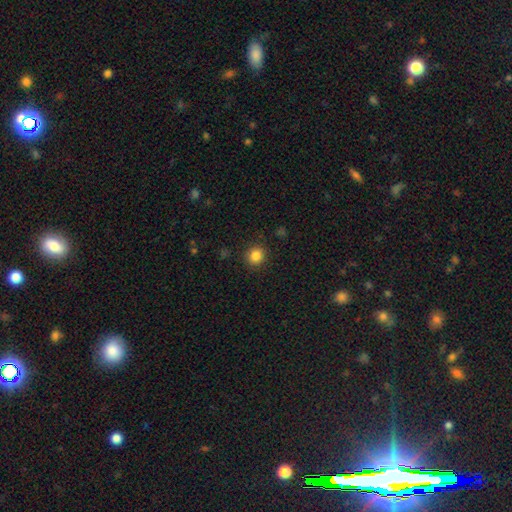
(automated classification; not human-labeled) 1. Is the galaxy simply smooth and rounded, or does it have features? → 84% smooth, 11% star or artifact, 5% featured or disk.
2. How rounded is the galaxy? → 91% round, 8% in between, 1% cigar-shaped.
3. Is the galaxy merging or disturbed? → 90% none, 6% minor disturbance, 2% major disturbance, 1% merger.